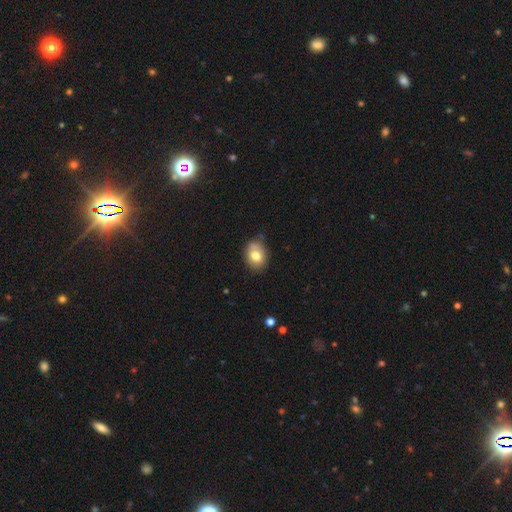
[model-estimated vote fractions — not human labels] This is likely a smooth galaxy (75%). How rounded: likely in between (62%). Merging: likely none (68%).